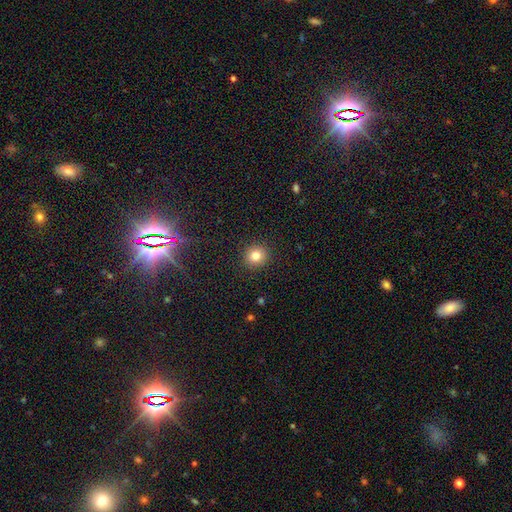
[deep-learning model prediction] Smooth or featured: smooth — 82% (star or artifact — 12%)
How rounded: round — 89% (in between — 10%)
Merging: none — 91% (minor disturbance — 6%)